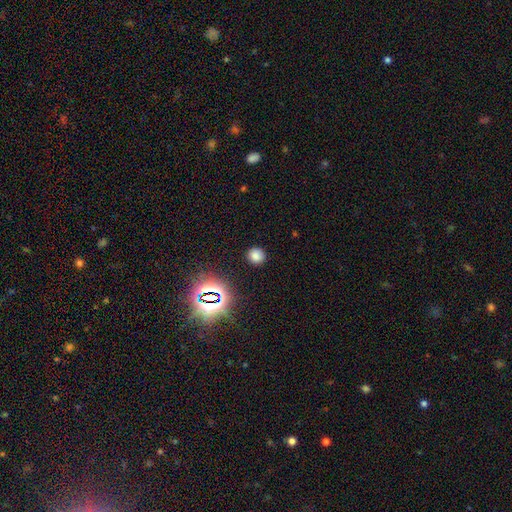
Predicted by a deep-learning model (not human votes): The model was most divided on "smooth or featured": smooth: 76%, star or artifact: 19%, featured or disk: 5%. More confident: merging — none (90%); how rounded — round (87%).